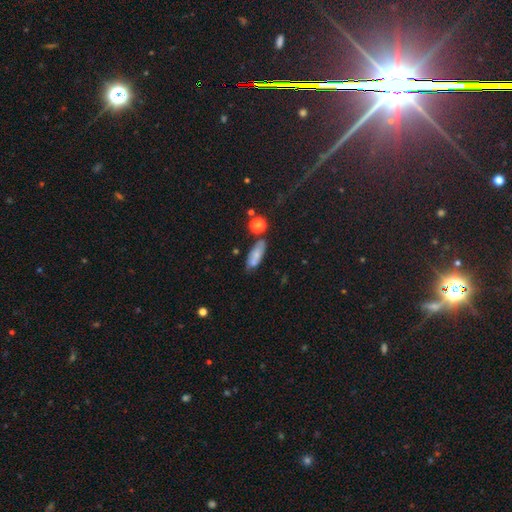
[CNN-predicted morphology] Smooth or featured?
  - smooth: 71% *
  - featured or disk: 19%
  - star or artifact: 9%
How rounded?
  - in between: 63% *
  - cigar-shaped: 33%
  - round: 4%
Merging?
  - none: 64% *
  - minor disturbance: 20%
  - merger: 10%
  - major disturbance: 5%